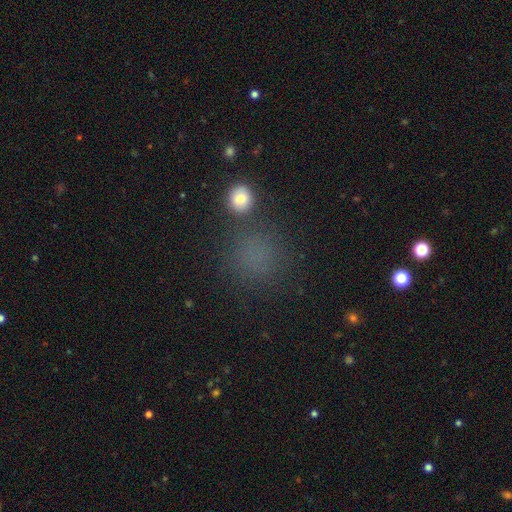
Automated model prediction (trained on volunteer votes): Smooth or featured? Predicted: smooth (p=0.66). How rounded? Predicted: round (p=0.88). Merging? Predicted: none (p=0.76).